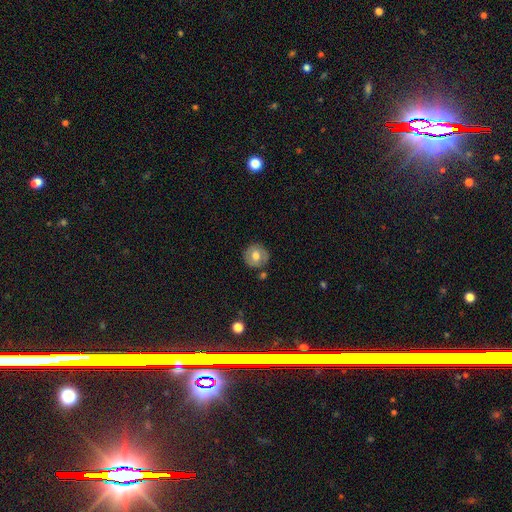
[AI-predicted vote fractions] Smooth or featured: smooth — 64% (featured or disk — 28%)
How rounded: round — 91% (in between — 8%)
Merging: none — 82% (minor disturbance — 11%)